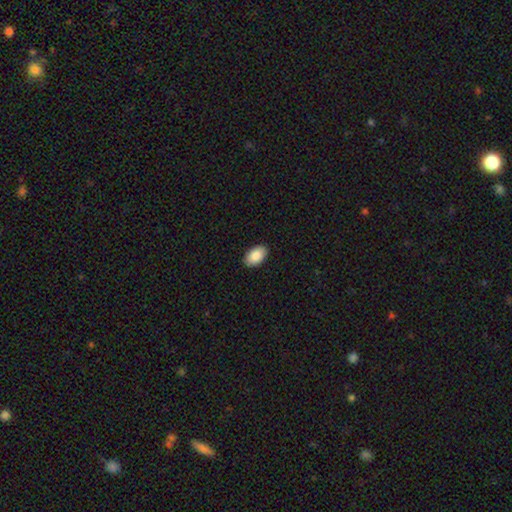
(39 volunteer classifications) Smooth or featured?
  - smooth: 82% *
  - featured or disk: 10%
  - star or artifact: 8%
How rounded?
  - in between: 88% *
  - round: 12%
  - cigar-shaped: 0%
Merging?
  - none: 83% *
  - minor disturbance: 14%
  - merger: 3%
  - major disturbance: 0%